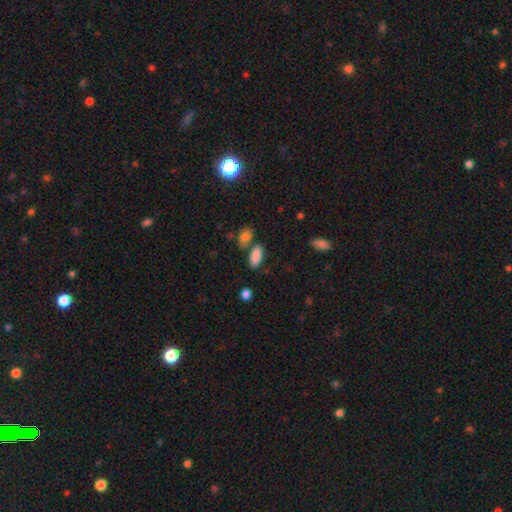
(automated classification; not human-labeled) A smooth galaxy with no disk features (86%) that is in between round and cigar-shaped (82%).

Vote fractions:
- Smooth or featured? smooth: 86% / star or artifact: 8% / featured or disk: 6%
- How rounded? in between: 82% / cigar-shaped: 15% / round: 3%
- Merging? none: 66% / merger: 16% / minor disturbance: 14% / major disturbance: 4%